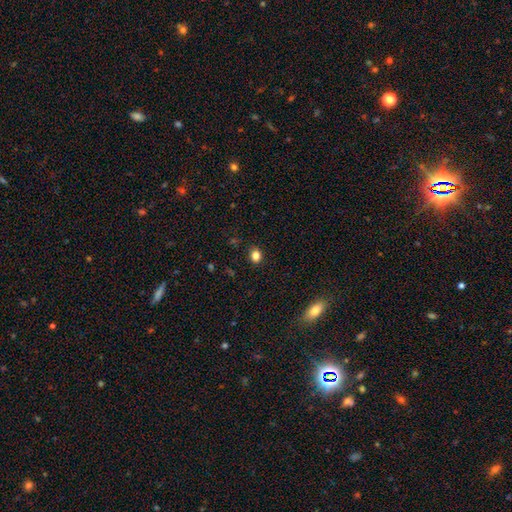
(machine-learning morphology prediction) Smooth or featured?
  - smooth: 83% *
  - star or artifact: 12%
  - featured or disk: 5%
How rounded?
  - round: 60% *
  - in between: 39%
  - cigar-shaped: 1%
Merging?
  - none: 89% *
  - minor disturbance: 8%
  - major disturbance: 2%
  - merger: 1%